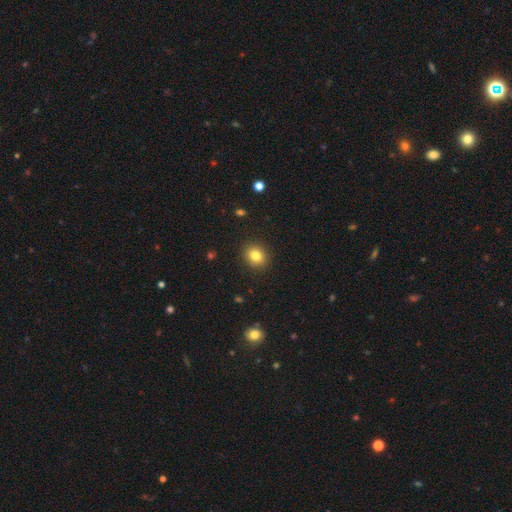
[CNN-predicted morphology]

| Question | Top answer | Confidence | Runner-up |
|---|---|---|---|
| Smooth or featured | smooth | 83% | star or artifact (10%) |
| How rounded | round | 65% | in between (34%) |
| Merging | none | 90% | minor disturbance (7%) |